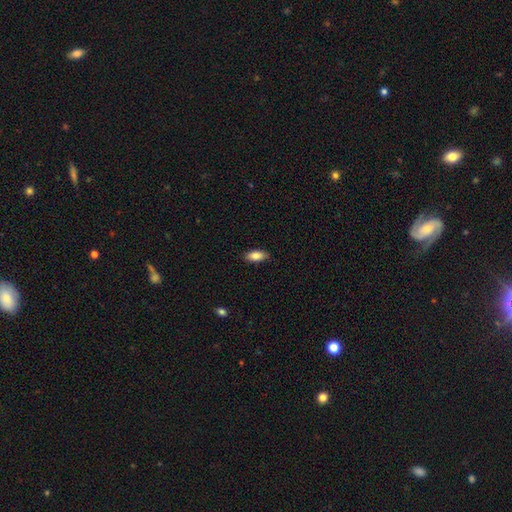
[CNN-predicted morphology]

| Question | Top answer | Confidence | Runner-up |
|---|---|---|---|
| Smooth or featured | smooth | 85% | featured or disk (9%) |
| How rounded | in between | 87% | cigar-shaped (10%) |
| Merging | none | 87% | minor disturbance (10%) |